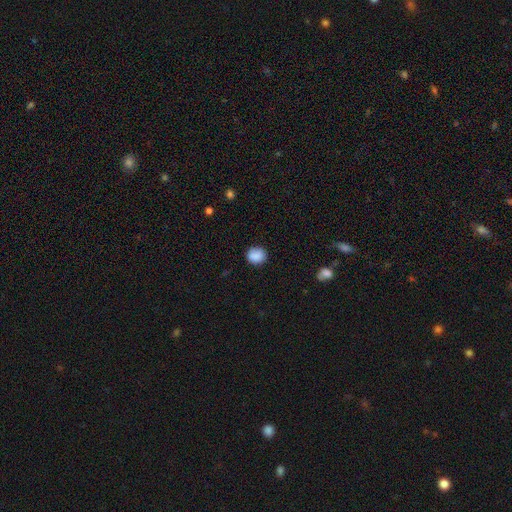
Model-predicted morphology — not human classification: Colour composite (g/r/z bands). It shows a smooth galaxy with no disk features (86%) that is round (76%). Merging: none (80%).